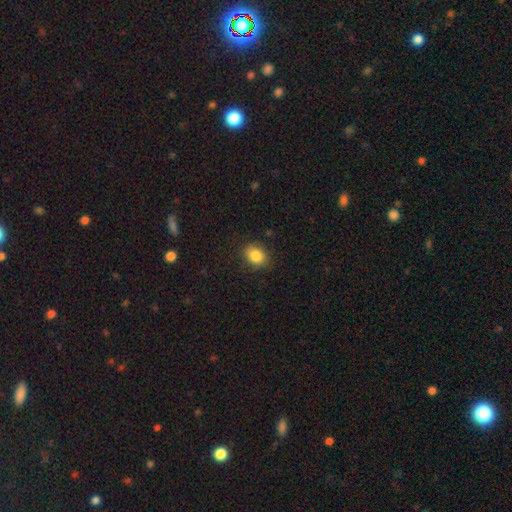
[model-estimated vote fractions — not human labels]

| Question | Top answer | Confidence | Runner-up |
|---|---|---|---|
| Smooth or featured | smooth | 84% | star or artifact (9%) |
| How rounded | in between | 50% | round (49%) |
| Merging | none | 82% | minor disturbance (13%) |